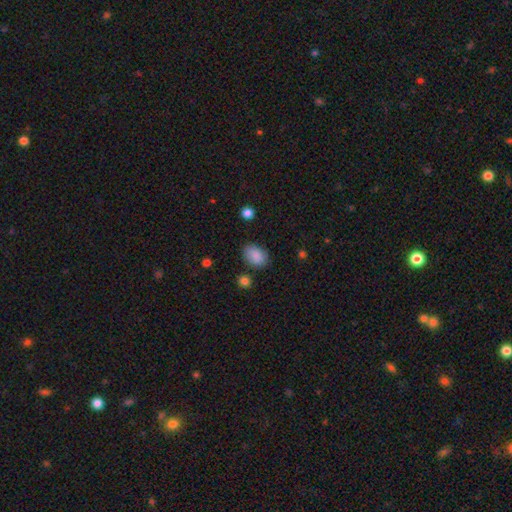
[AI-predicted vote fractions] Smooth or featured: smooth — 87% (star or artifact — 8%)
How rounded: in between — 81% (round — 18%)
Merging: none — 78% (minor disturbance — 16%)